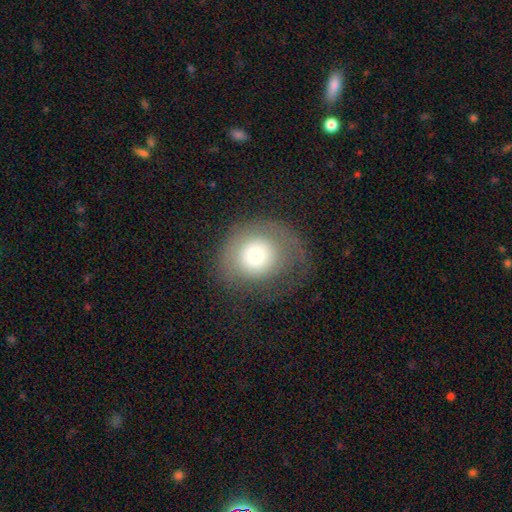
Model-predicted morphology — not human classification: The model was most divided on "merging": none: 58%, minor disturbance: 21%, major disturbance: 20%, merger: 1%. More confident: how rounded — round (78%); smooth or featured — smooth (63%).